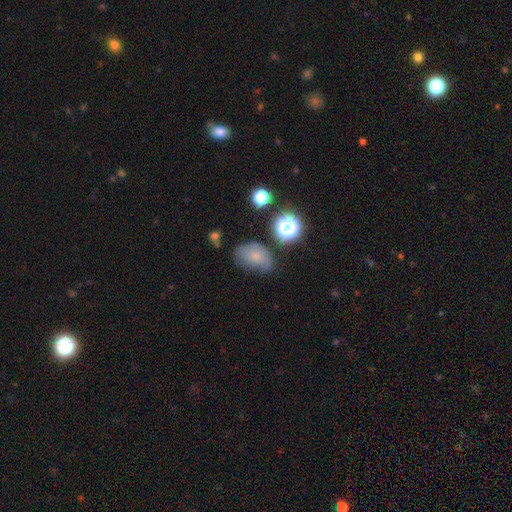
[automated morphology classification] Q: Smooth or featured?
A: smooth (63%); runner-up: featured or disk (21%)
Q: How rounded?
A: in between (80%); runner-up: round (19%)
Q: Merging?
A: none (48%); runner-up: minor disturbance (34%)